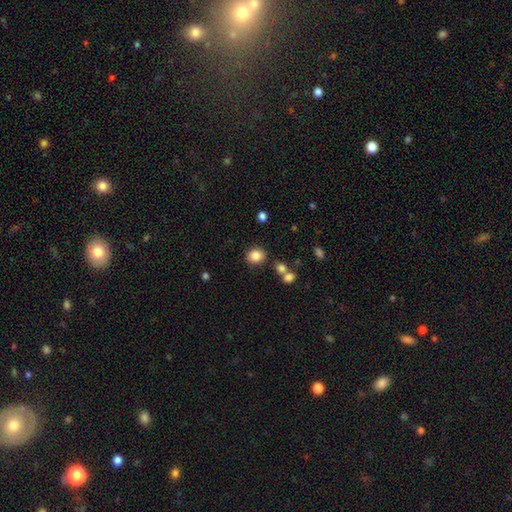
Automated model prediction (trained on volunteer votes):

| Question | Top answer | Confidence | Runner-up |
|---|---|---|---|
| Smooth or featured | smooth | 85% | star or artifact (10%) |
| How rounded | round | 69% | in between (30%) |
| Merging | none | 80% | minor disturbance (10%) |